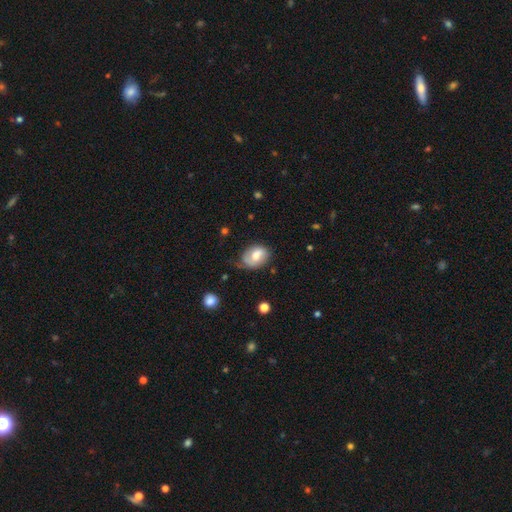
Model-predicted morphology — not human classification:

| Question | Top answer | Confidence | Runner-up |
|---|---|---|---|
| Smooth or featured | smooth | 56% | featured or disk (36%) |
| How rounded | in between | 68% | round (31%) |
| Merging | none | 50% | minor disturbance (35%) |